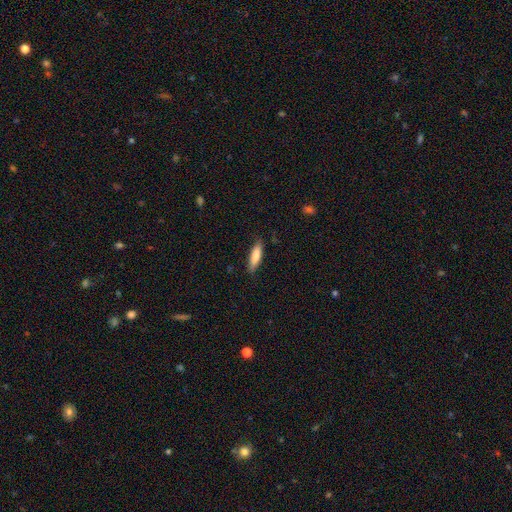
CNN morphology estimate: type=smooth (80%); roundness=cigar-shaped (67%); merging=none (85%).